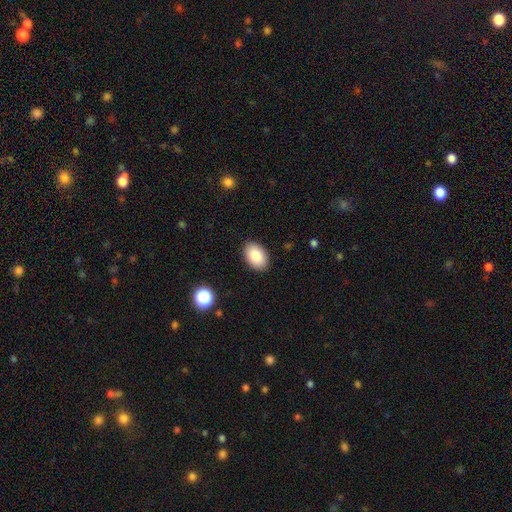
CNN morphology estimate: type=smooth (86%); roundness=in between (89%); merging=none (89%).